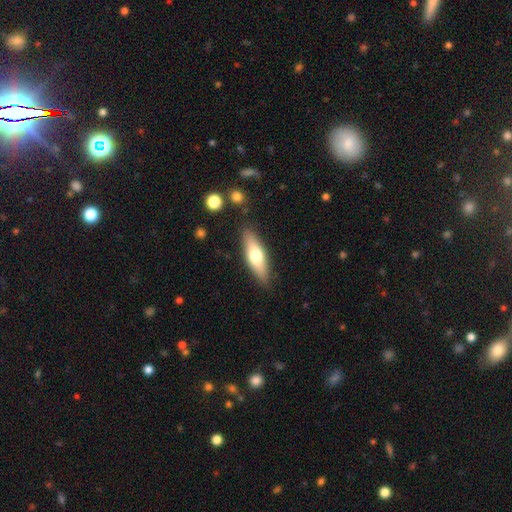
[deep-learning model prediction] A smooth galaxy with no disk features (59%) that is cigar-shaped (50%). Merging: none (85%).